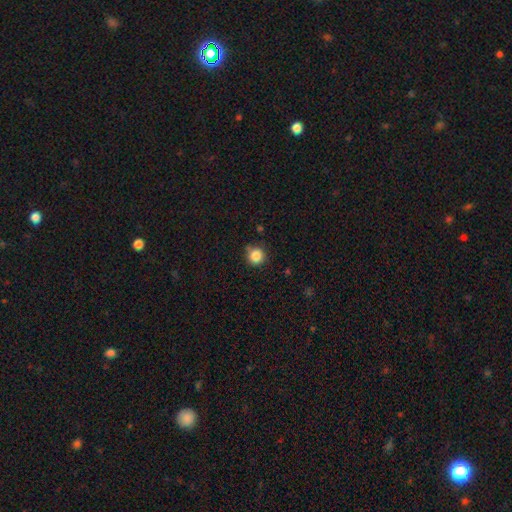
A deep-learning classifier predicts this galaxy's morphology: Q: Smooth or featured?
A: smooth (86%); runner-up: star or artifact (11%)
Q: How rounded?
A: round (93%); runner-up: in between (6%)
Q: Merging?
A: none (79%); runner-up: minor disturbance (15%)